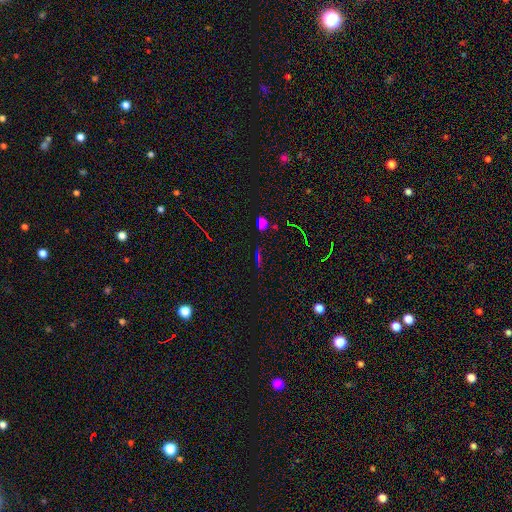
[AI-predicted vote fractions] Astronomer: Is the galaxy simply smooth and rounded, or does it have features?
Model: star or artifact — 49% (runner-up: smooth, 34%).